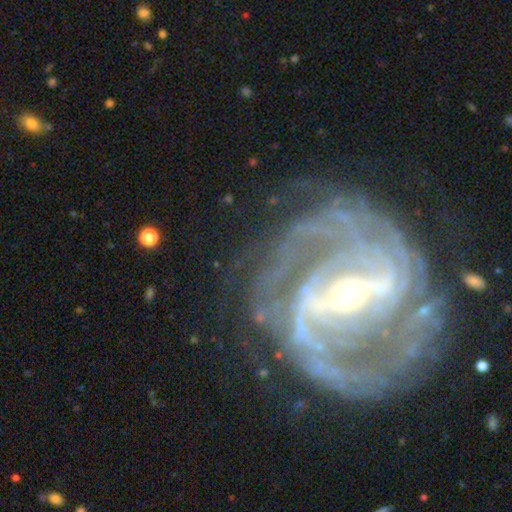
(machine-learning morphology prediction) featured or disk 90%, star or artifact 6%, smooth 4%. Down the decision tree: edge-on disk — no (96%); bar — strong (62%); spiral arms — yes (97%); spiral arm count — 2 (30%); spiral winding — tight (58%); bulge size — small (71%); merging — none (70%).